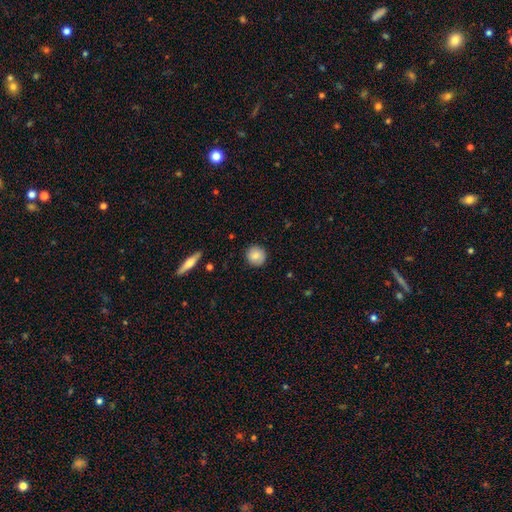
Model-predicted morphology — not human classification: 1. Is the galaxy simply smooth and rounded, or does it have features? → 84% smooth, 9% featured or disk, 7% star or artifact.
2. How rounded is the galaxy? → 91% round, 8% in between, 1% cigar-shaped.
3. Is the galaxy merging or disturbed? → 89% none, 8% minor disturbance, 2% major disturbance, 1% merger.